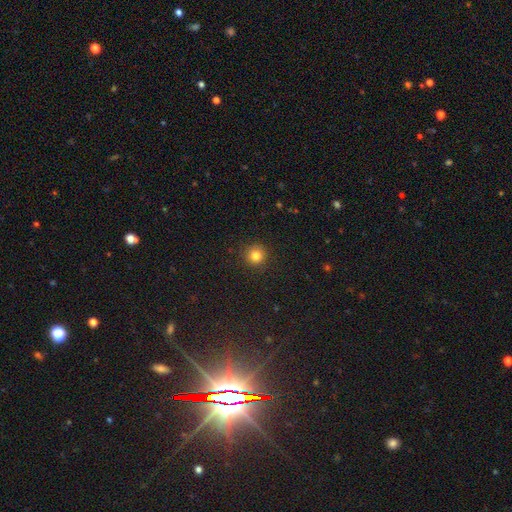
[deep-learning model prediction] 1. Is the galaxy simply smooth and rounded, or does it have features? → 82% smooth, 12% star or artifact, 5% featured or disk.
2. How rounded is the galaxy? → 95% round, 4% in between, 1% cigar-shaped.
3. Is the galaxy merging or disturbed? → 91% none, 6% minor disturbance, 2% major disturbance, 1% merger.